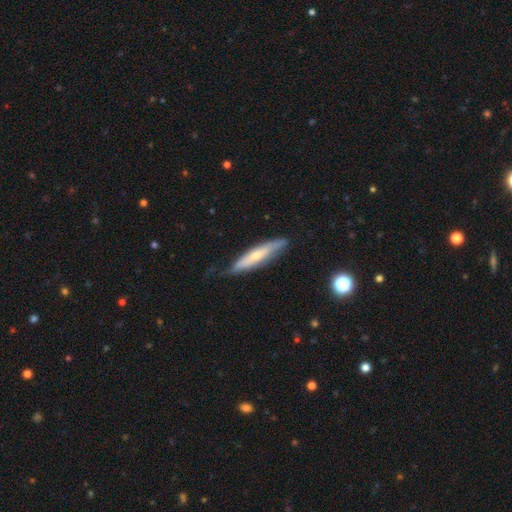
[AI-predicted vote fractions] Smooth or featured? featured or disk (48%)
Merging? none (68%)